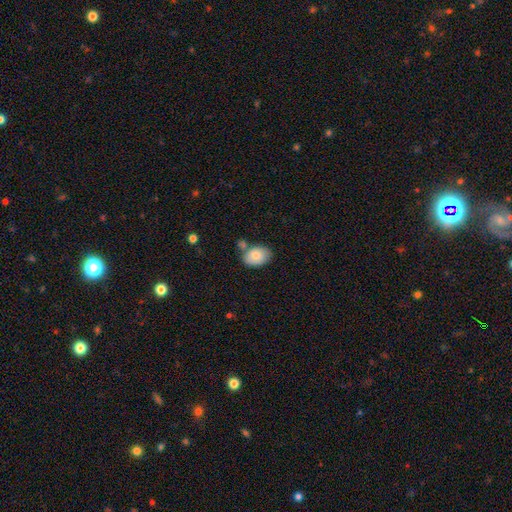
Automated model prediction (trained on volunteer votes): smooth_or_featured: smooth (p=0.82) [alt: featured or disk p=0.11]
how_rounded: in between (p=0.82) [alt: round p=0.17]
merging: none (p=0.64) [alt: minor disturbance p=0.17]